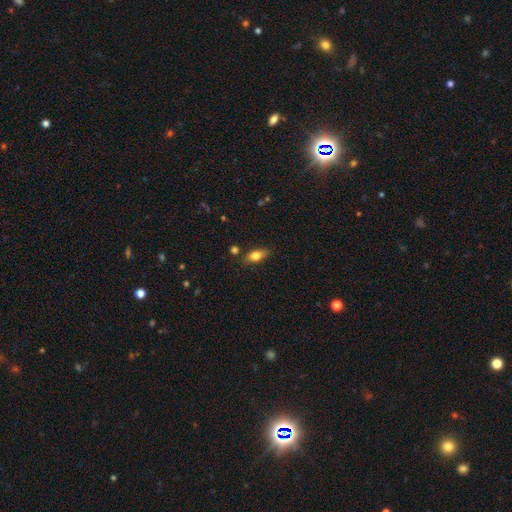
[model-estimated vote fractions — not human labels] The model was most divided on "smooth or featured": smooth: 76%, featured or disk: 16%, star or artifact: 9%. More confident: how rounded — in between (82%); merging — none (79%).